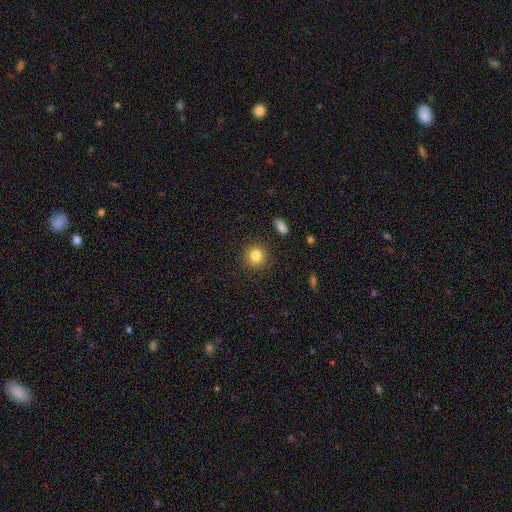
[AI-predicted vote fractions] Overall: smooth (83%). How rounded: round (92%). Merging: none (90%).